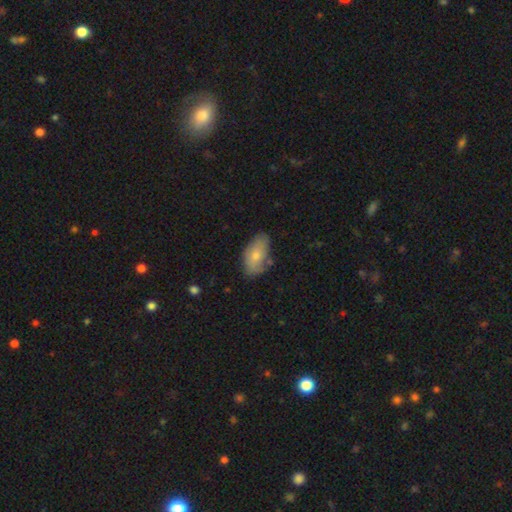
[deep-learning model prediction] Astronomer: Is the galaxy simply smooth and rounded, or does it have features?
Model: smooth — 69%.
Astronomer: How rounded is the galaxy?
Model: in between — 92%.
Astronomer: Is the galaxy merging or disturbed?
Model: none — 64%.